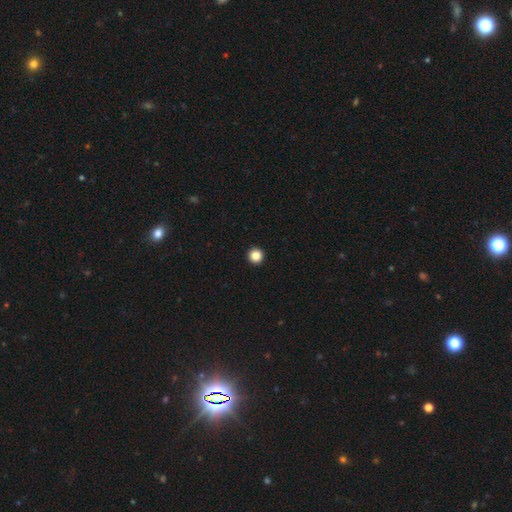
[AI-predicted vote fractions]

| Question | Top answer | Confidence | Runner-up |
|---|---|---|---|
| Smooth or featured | smooth | 86% | star or artifact (11%) |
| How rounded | round | 96% | in between (3%) |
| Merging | none | 94% | minor disturbance (3%) |